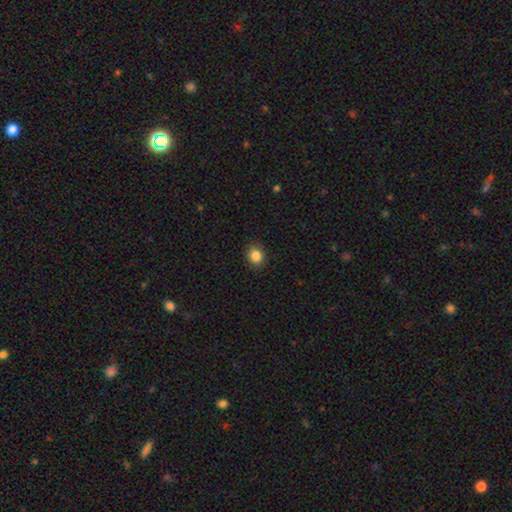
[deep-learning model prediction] A smooth galaxy with no disk features (86%) that is round (63%). Merging: none (88%).